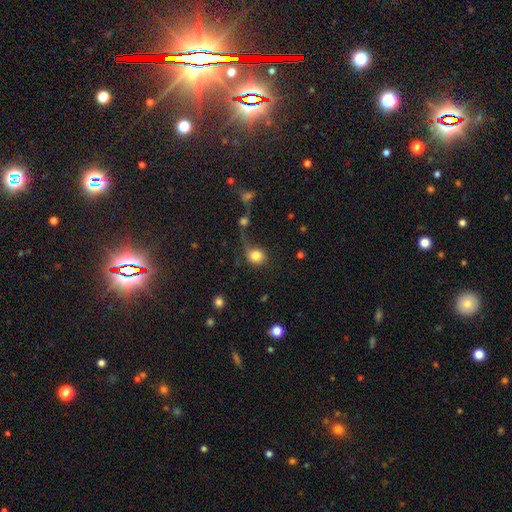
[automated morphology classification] This is clearly a smooth galaxy (81%). How rounded: likely round (74%). Merging: possibly none (47%).